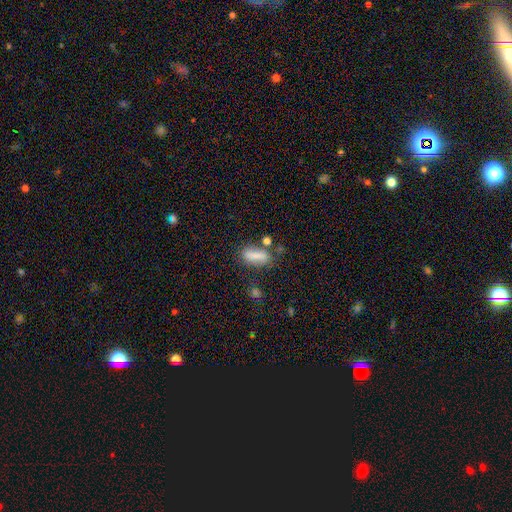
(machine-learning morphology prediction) smooth_or_featured: smooth (p=0.78) [alt: featured or disk p=0.13]
how_rounded: in between (p=0.61) [alt: cigar-shaped p=0.35]
merging: none (p=0.63) [alt: minor disturbance p=0.18]